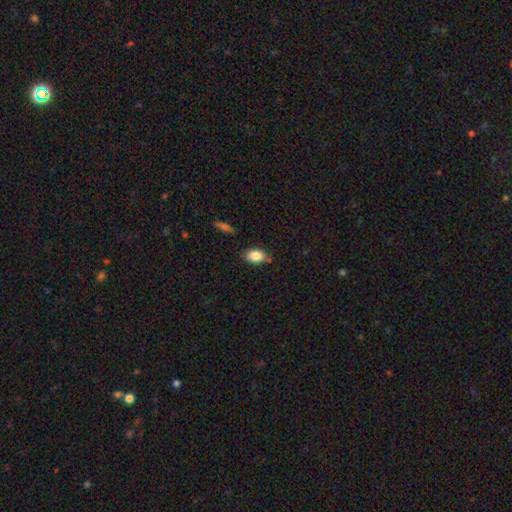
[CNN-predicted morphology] The model was most divided on "merging": none: 78%, minor disturbance: 15%, merger: 4%, major disturbance: 3%. More confident: smooth or featured — smooth (86%); how rounded — in between (85%).